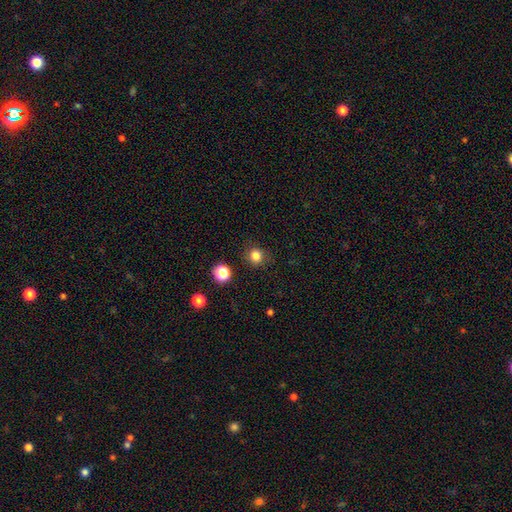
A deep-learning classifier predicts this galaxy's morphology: A smooth galaxy with no disk features (82%) that is round (90%).

Vote fractions:
- Smooth or featured? smooth: 82% / star or artifact: 13% / featured or disk: 4%
- How rounded? round: 90% / in between: 9% / cigar-shaped: 1%
- Merging? none: 87% / minor disturbance: 9% / major disturbance: 3% / merger: 2%